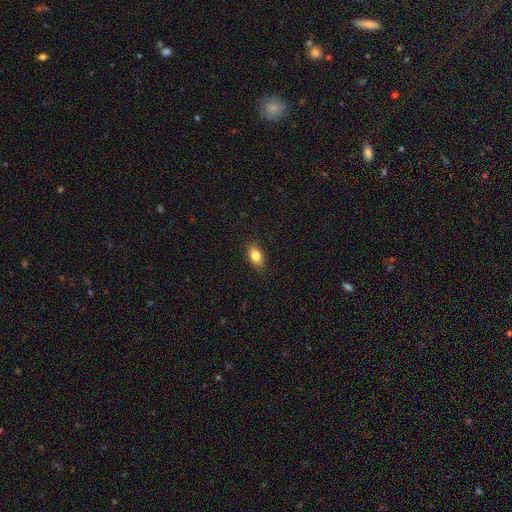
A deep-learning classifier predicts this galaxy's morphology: A smooth galaxy with no disk features (82%) that is in between round and cigar-shaped (86%). Merging: none (88%).